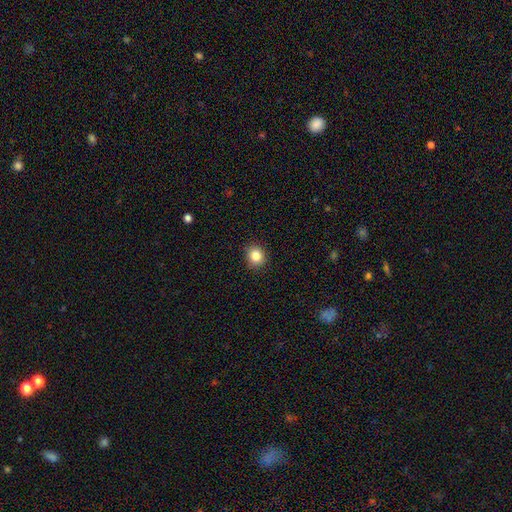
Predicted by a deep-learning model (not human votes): Q: Smooth or featured?
A: smooth (85%); runner-up: star or artifact (10%)
Q: How rounded?
A: round (81%); runner-up: in between (18%)
Q: Merging?
A: none (89%); runner-up: minor disturbance (8%)